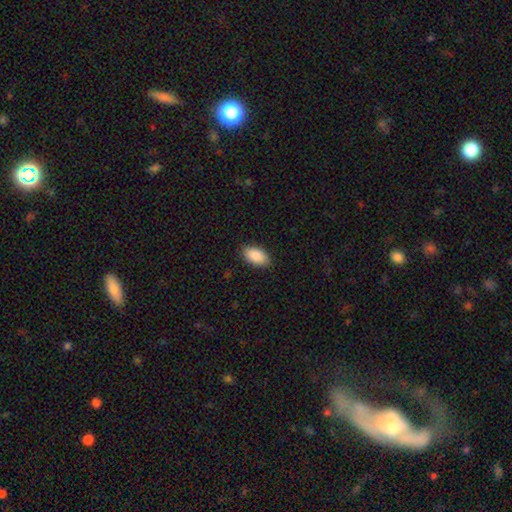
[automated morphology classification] The model was most divided on "merging": none: 88%, minor disturbance: 9%, major disturbance: 2%, merger: 1%. More confident: how rounded — in between (95%); smooth or featured — smooth (89%).